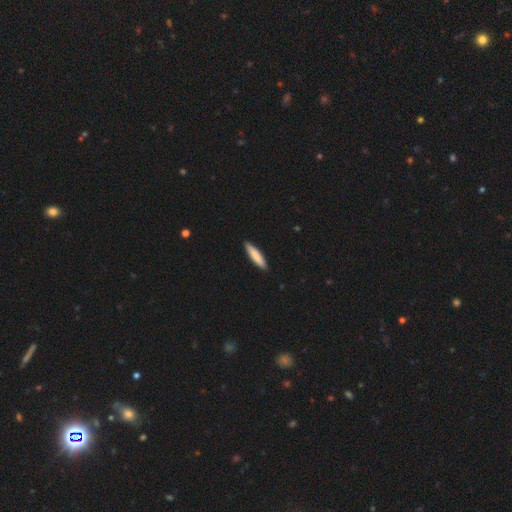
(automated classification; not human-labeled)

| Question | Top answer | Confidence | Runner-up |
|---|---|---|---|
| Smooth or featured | smooth | 83% | featured or disk (12%) |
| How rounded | cigar-shaped | 81% | in between (18%) |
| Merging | none | 90% | minor disturbance (8%) |